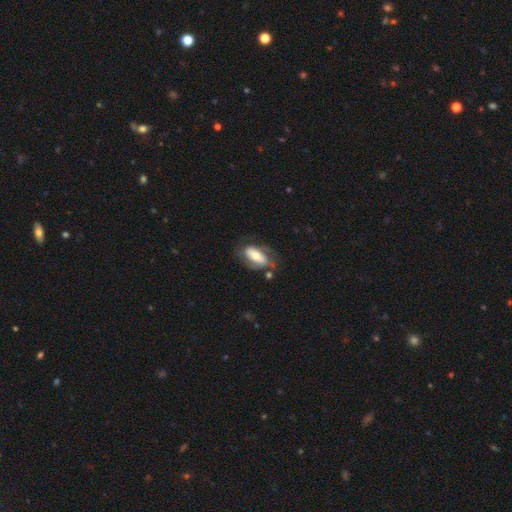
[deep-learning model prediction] A featured or disk galaxy (47%, tied with smooth).

Vote fractions:
- Smooth or featured? featured or disk: 47% (tied) / smooth: 47% (tied) / star or artifact: 6%
- Merging? none: 56% / minor disturbance: 24% / major disturbance: 14% / merger: 7%